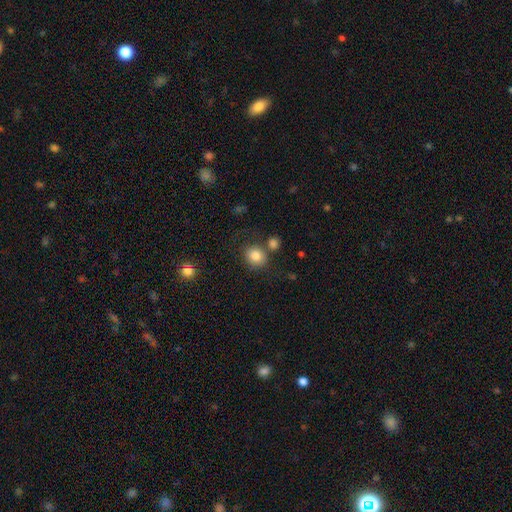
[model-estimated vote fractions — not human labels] Smooth or featured? smooth (83%)
How rounded? round (77%)
Merging? none (70%)